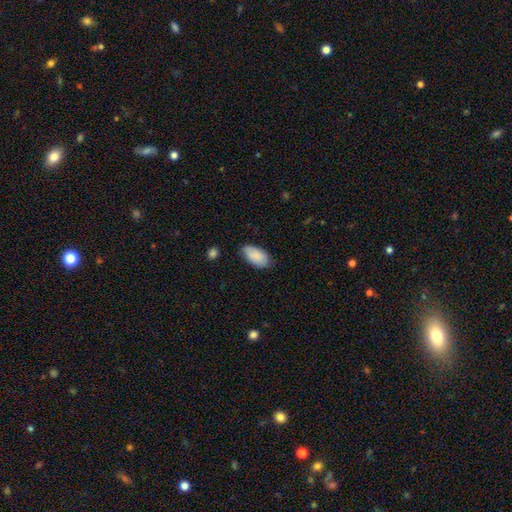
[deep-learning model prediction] Smooth or featured?
  - smooth: 85% *
  - featured or disk: 8%
  - star or artifact: 6%
How rounded?
  - in between: 95% *
  - round: 3%
  - cigar-shaped: 2%
Merging?
  - none: 71% *
  - minor disturbance: 24%
  - major disturbance: 4%
  - merger: 1%